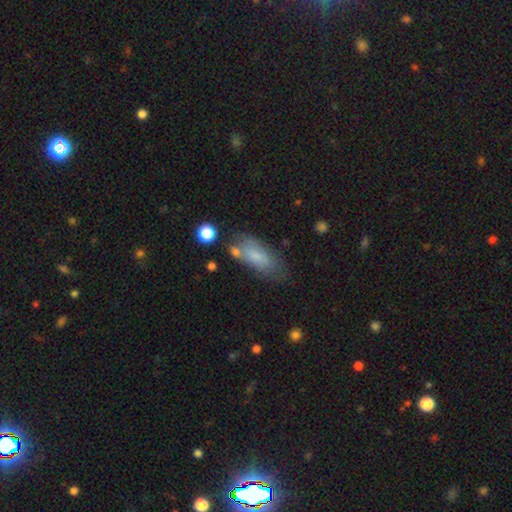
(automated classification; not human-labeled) Q: Smooth or featured?
A: smooth (71%); runner-up: featured or disk (22%)
Q: How rounded?
A: in between (80%); runner-up: cigar-shaped (17%)
Q: Merging?
A: none (54%); runner-up: minor disturbance (24%)